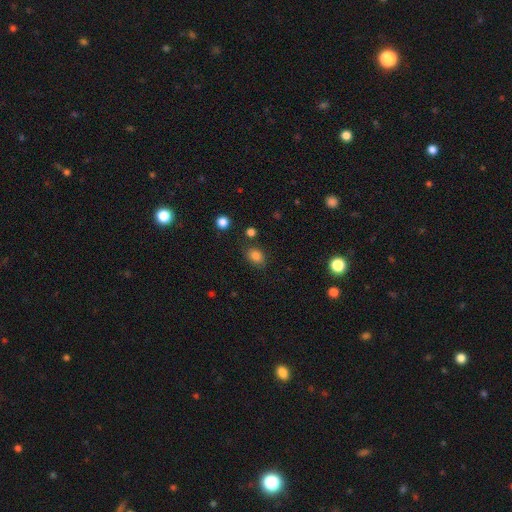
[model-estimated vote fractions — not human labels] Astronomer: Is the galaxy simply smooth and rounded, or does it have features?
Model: smooth — 82%.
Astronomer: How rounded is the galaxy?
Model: in between — 62%.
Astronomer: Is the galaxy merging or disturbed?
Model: none — 79%.